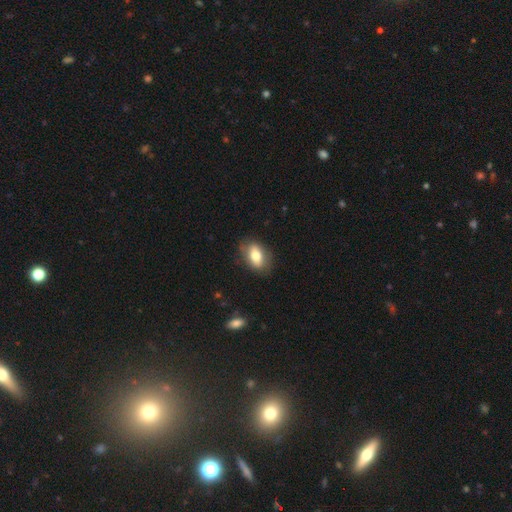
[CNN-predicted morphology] Smooth or featured? smooth (74%)
How rounded? in between (87%)
Merging? none (80%)